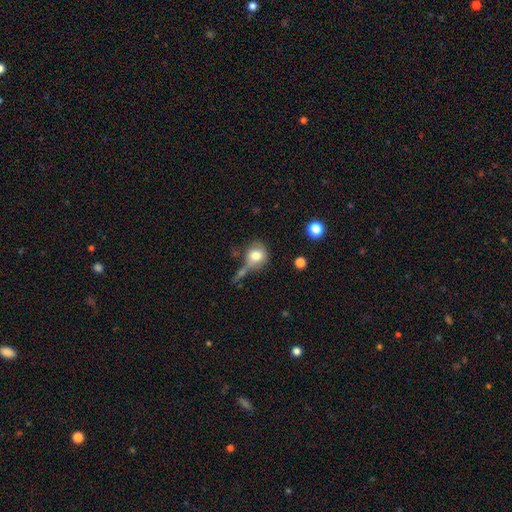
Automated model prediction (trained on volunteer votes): Q: Smooth or featured?
A: smooth (77%); runner-up: featured or disk (14%)
Q: How rounded?
A: round (81%); runner-up: in between (18%)
Q: Merging?
A: none (41%); runner-up: merger (24%)